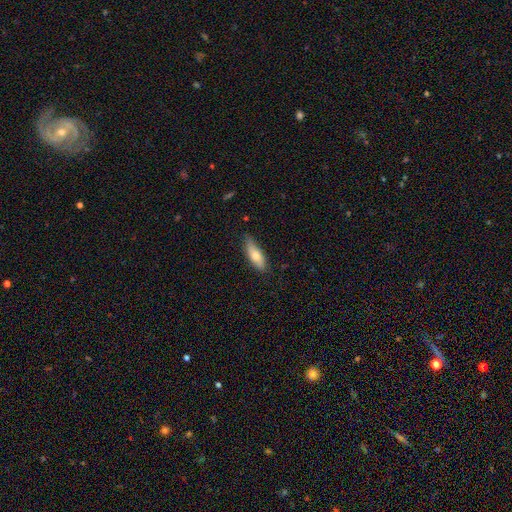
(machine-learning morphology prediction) Smooth or featured? smooth (74%)
How rounded? in between (63%)
Merging? none (74%)